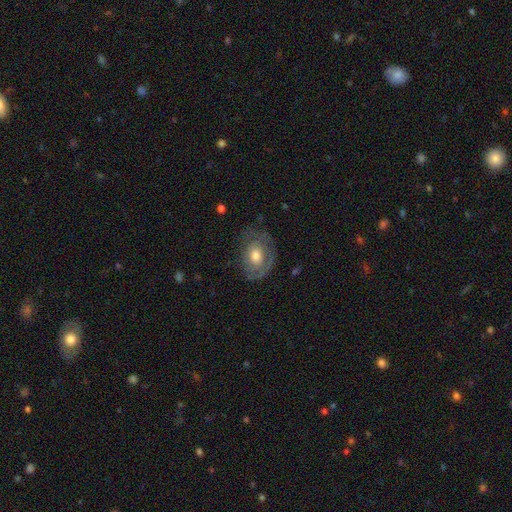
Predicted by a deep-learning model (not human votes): smooth_or_featured: smooth (p=0.47) [alt: featured or disk p=0.46]
merging: none (p=0.63) [alt: minor disturbance p=0.23]